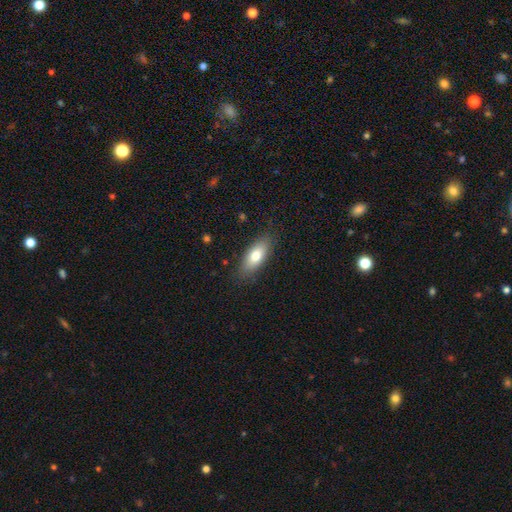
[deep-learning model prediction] smooth 74%, featured or disk 19%, star or artifact 7%. Down the decision tree: how rounded — in between (77%); merging — none (85%).